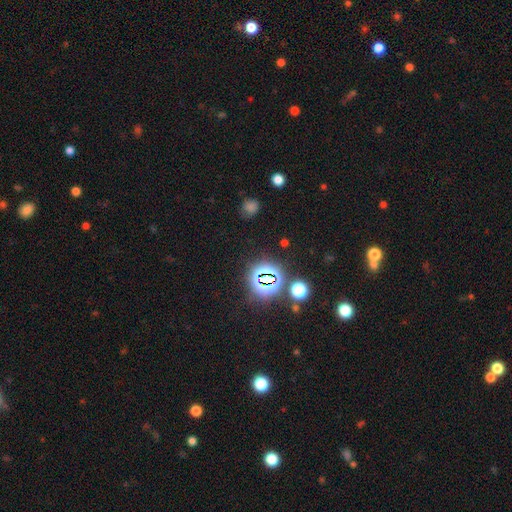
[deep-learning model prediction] The model was most divided on "smooth or featured": star or artifact: 79%, smooth: 14%, featured or disk: 8%.